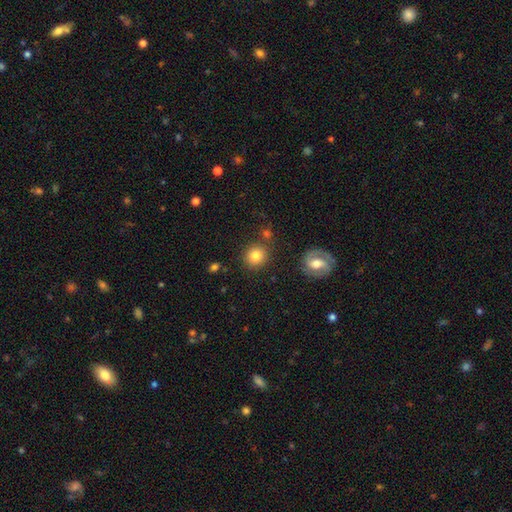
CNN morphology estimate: smooth-or-featured: smooth: 82% | featured or disk: 9% | star or artifact: 9%
  how-rounded: round: 88% | in between: 11% | cigar-shaped: 1%
  merging: none: 84% | minor disturbance: 8% | merger: 5% | major disturbance: 3%